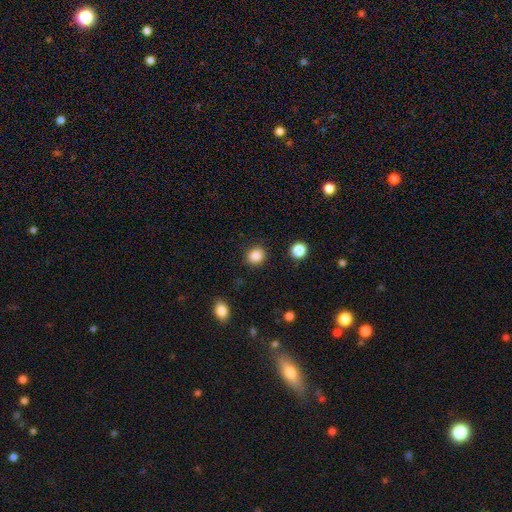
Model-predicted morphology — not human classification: smooth-or-featured: smooth: 87% | star or artifact: 10% | featured or disk: 3%
  how-rounded: round: 72% | in between: 27% | cigar-shaped: 1%
  merging: none: 88% | minor disturbance: 8% | major disturbance: 3% | merger: 2%